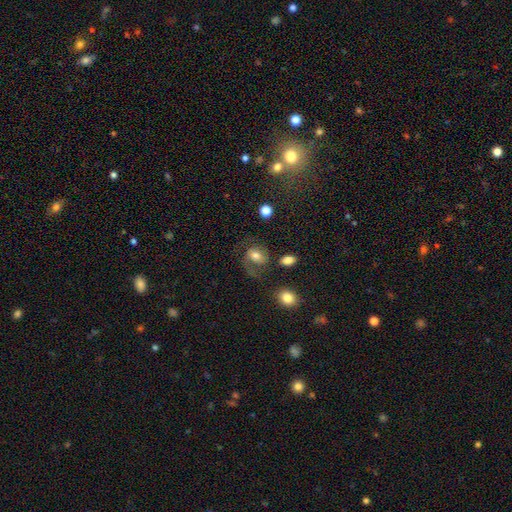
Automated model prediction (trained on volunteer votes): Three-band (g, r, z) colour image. It shows a featured or disk galaxy (46%). Merging: none (46%).